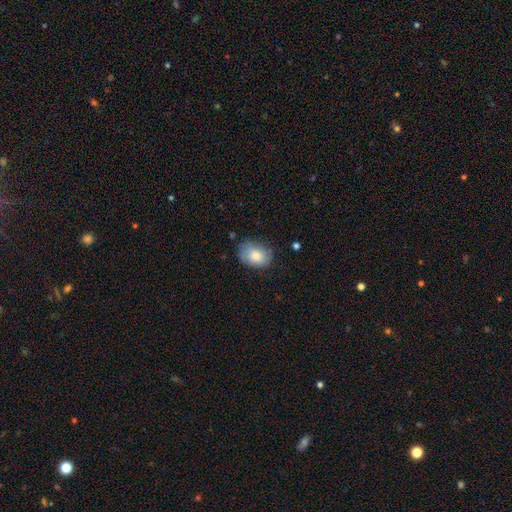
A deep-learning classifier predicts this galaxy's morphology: Overall: smooth (79%). How rounded: in between (75%). Merging: none (71%).